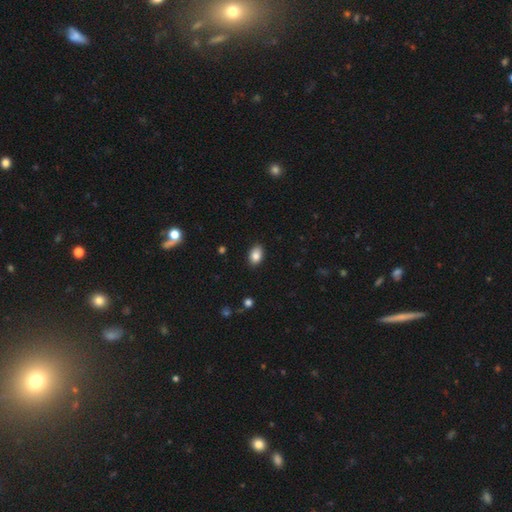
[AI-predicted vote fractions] Q: Smooth or featured?
A: smooth (85%); runner-up: star or artifact (8%)
Q: How rounded?
A: in between (87%); runner-up: round (12%)
Q: Merging?
A: none (87%); runner-up: minor disturbance (10%)